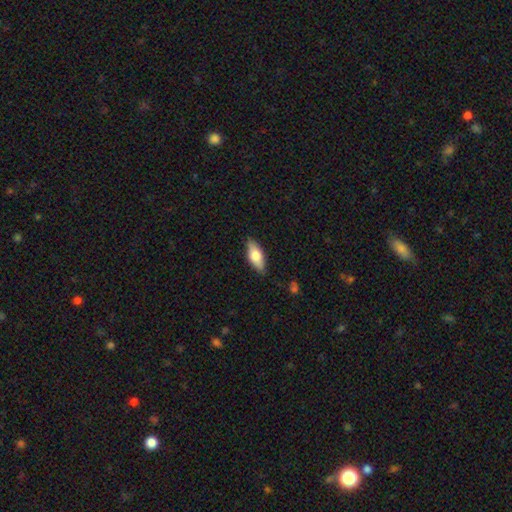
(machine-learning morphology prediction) smooth-or-featured: smooth: 69% | featured or disk: 25% | star or artifact: 6%
  how-rounded: in between: 78% | cigar-shaped: 19% | round: 3%
  merging: none: 86% | minor disturbance: 11% | major disturbance: 2% | merger: 1%